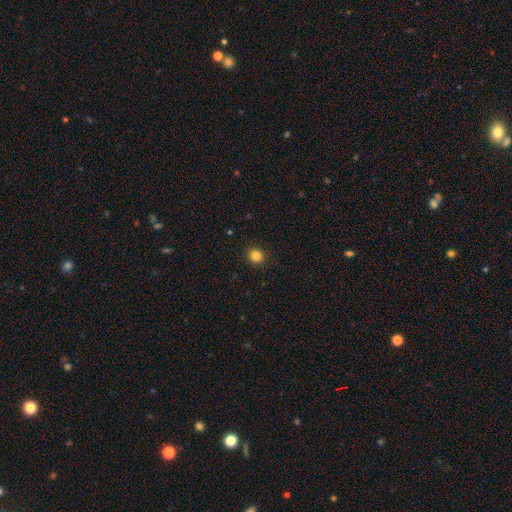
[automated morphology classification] smooth 84%, star or artifact 12%, featured or disk 4%. Down the decision tree: how rounded — round (90%); merging — none (92%).